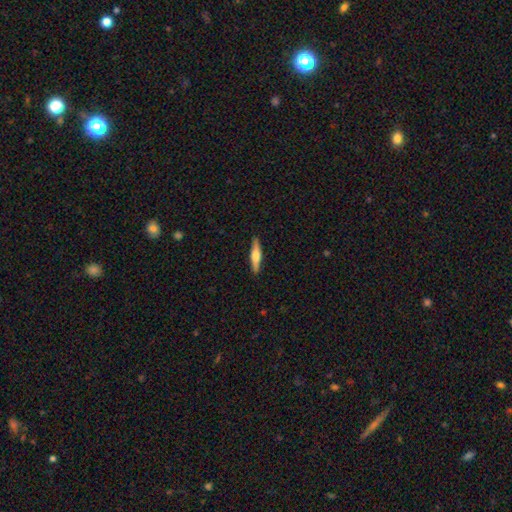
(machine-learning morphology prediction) A smooth galaxy with no disk features (51%) that is cigar-shaped (82%). Merging: none (90%).